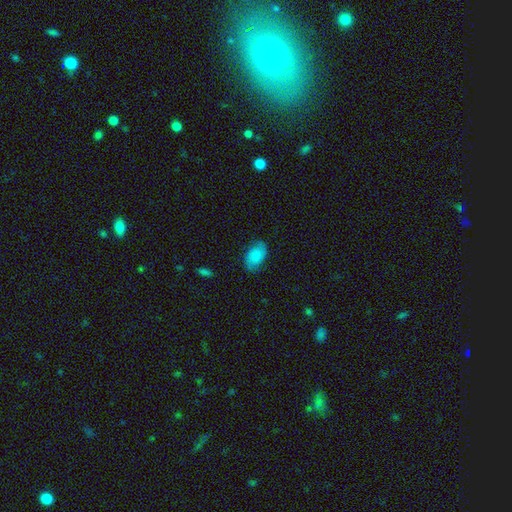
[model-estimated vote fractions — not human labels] Smooth or featured: smooth — 73% (featured or disk — 19%)
How rounded: in between — 90% (round — 8%)
Merging: none — 77% (minor disturbance — 18%)